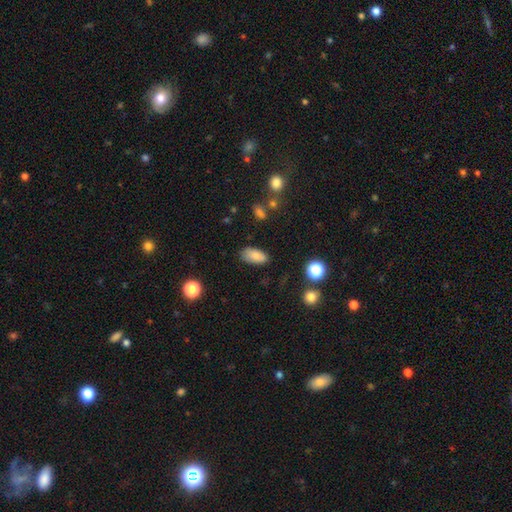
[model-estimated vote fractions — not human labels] The model was most divided on "merging": none: 77%, minor disturbance: 17%, major disturbance: 4%, merger: 2%. More confident: how rounded — in between (91%); smooth or featured — smooth (81%).